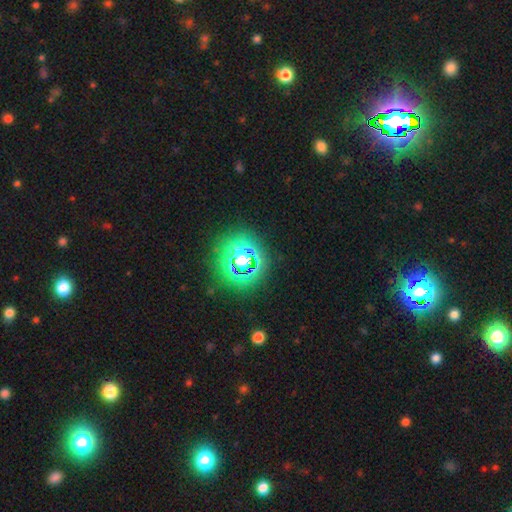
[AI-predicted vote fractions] Morphology: type=star or artifact (75%).